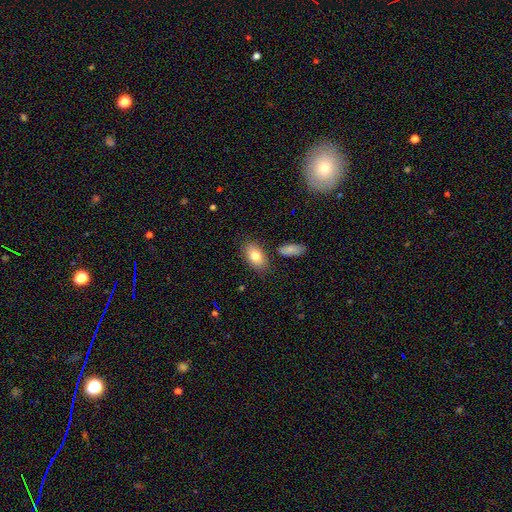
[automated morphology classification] Smooth or featured? Predicted: smooth (p=0.79). How rounded? Predicted: in between (p=0.91). Merging? Predicted: none (p=0.80).